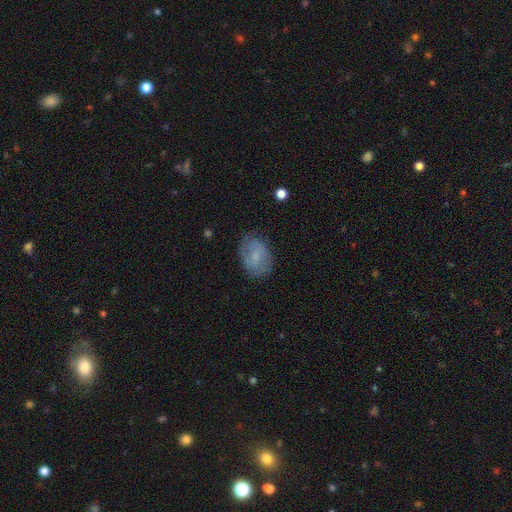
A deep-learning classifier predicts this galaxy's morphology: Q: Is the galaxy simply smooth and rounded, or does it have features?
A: featured or disk — 47%.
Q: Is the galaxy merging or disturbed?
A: none — 74%.